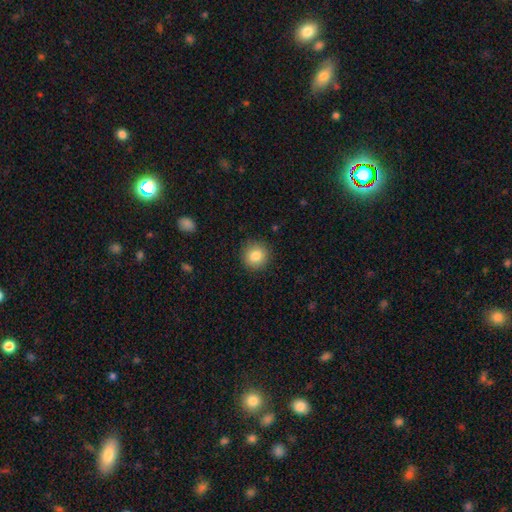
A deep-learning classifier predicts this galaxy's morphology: Smooth or featured?
  - smooth: 84% *
  - star or artifact: 9%
  - featured or disk: 7%
How rounded?
  - round: 92% *
  - in between: 7%
  - cigar-shaped: 1%
Merging?
  - none: 90% *
  - minor disturbance: 7%
  - major disturbance: 2%
  - merger: 1%